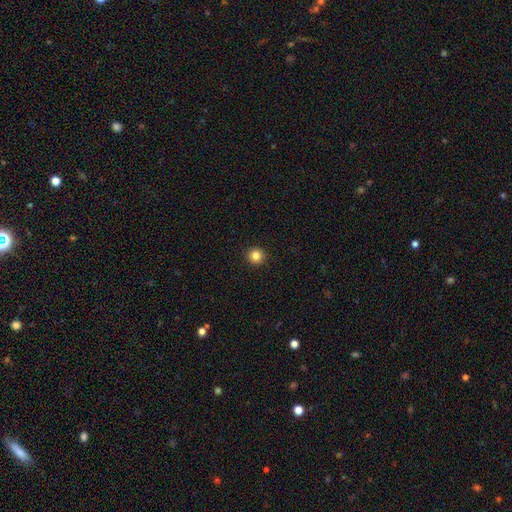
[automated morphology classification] A smooth galaxy with no disk features (84%) that is round (96%).

Vote fractions:
- Smooth or featured? smooth: 84% / star or artifact: 12% / featured or disk: 5%
- How rounded? round: 96% / in between: 3% / cigar-shaped: 1%
- Merging? none: 94% / minor disturbance: 4% / major disturbance: 1% / merger: 1%